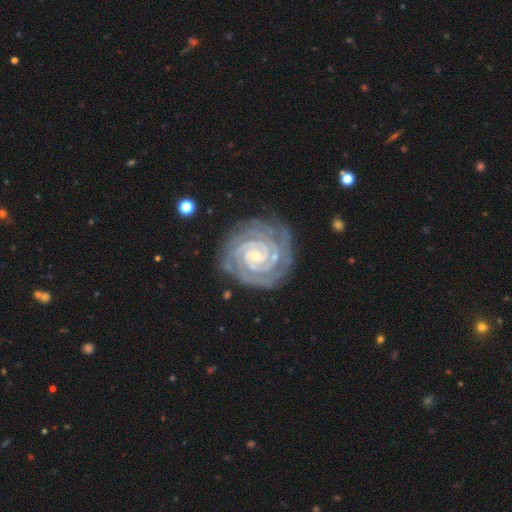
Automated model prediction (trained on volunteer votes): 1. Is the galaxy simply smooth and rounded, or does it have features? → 92% featured or disk, 5% star or artifact, 3% smooth.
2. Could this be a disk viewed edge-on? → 98% no, 2% yes.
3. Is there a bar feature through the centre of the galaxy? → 63% no, 24% weak, 13% strong.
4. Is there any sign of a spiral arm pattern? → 99% yes, 1% no.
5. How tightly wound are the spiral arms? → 88% tight, 10% medium, 1% loose.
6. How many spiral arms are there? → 48% 2, 20% 3, 11% 4, 10% can't tell, 6% more than 4, 5% 1.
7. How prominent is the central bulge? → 81% small, 15% moderate, 3% none, 1% large, 1% dominant.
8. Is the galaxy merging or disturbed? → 81% none, 14% minor disturbance, 4% major disturbance, 1% merger.